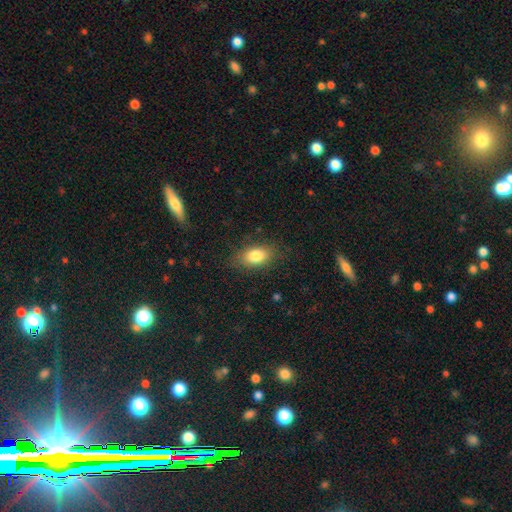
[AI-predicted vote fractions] A smooth galaxy with no disk features (82%) that is in between round and cigar-shaped (87%).

Vote fractions:
- Smooth or featured? smooth: 82% / featured or disk: 10% / star or artifact: 8%
- How rounded? in between: 87% / round: 10% / cigar-shaped: 3%
- Merging? none: 83% / minor disturbance: 12% / major disturbance: 4% / merger: 1%